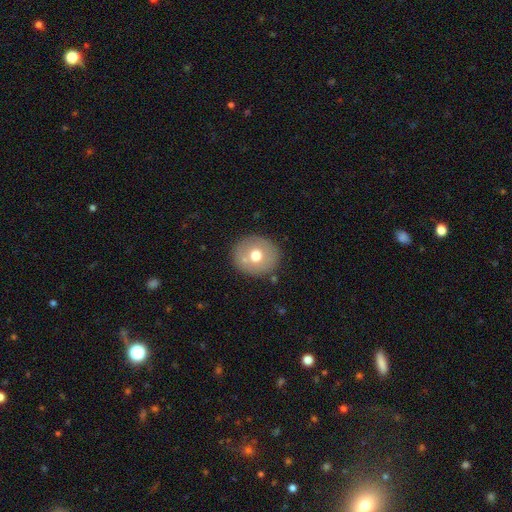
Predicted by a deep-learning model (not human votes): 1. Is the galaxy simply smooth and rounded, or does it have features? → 66% smooth, 25% featured or disk, 9% star or artifact.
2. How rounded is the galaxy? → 85% round, 14% in between, 1% cigar-shaped.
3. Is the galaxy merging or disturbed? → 82% none, 9% minor disturbance, 6% merger, 3% major disturbance.